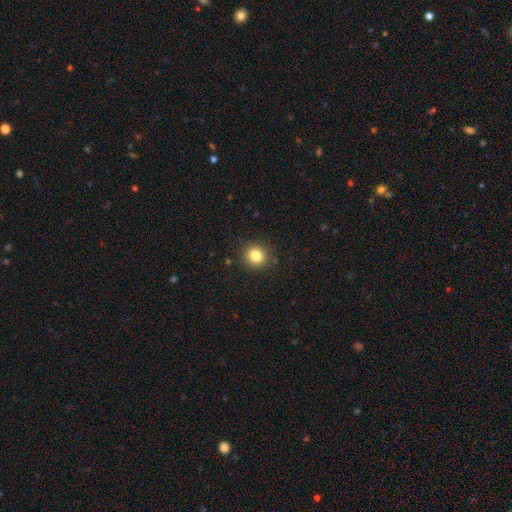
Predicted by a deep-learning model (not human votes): This is clearly a smooth galaxy (83%). How rounded: clearly round (87%). Merging: clearly none (89%).